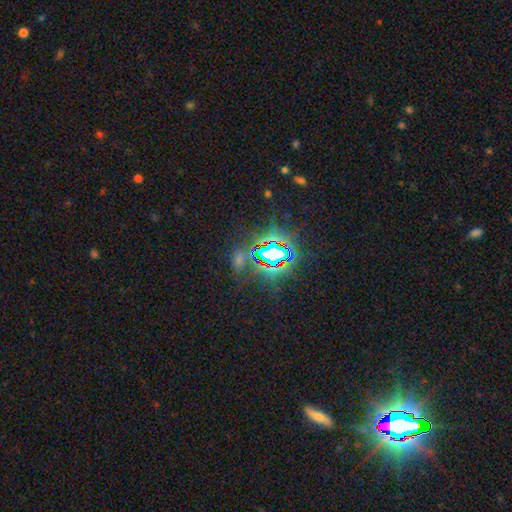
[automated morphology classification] Smooth or featured: star or artifact — 84% (smooth — 8%)